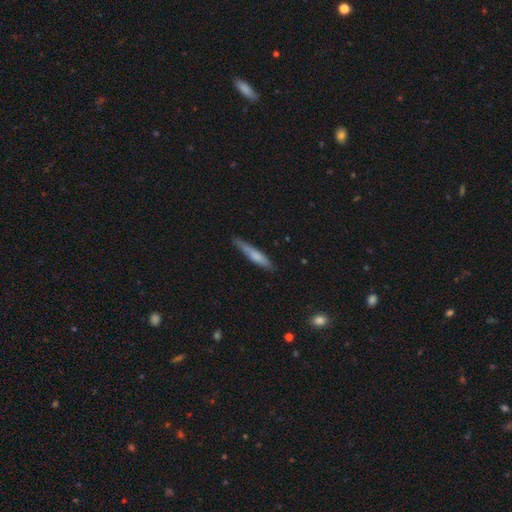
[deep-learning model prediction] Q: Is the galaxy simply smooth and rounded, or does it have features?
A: smooth — 67%.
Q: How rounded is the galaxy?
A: cigar-shaped — 91%.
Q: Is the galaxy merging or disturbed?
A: none — 75%.